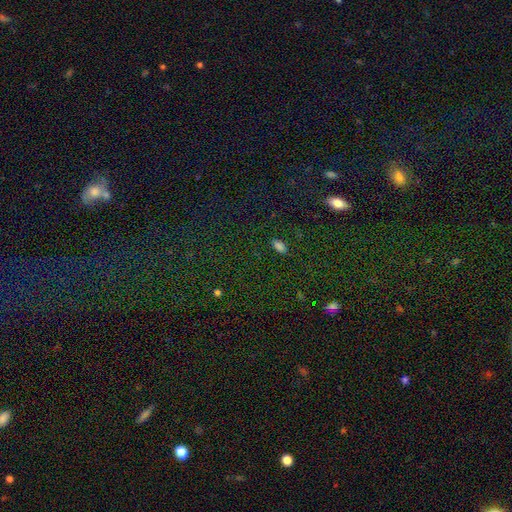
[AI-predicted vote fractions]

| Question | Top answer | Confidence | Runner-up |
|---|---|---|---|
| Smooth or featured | star or artifact | 70% | smooth (20%) |